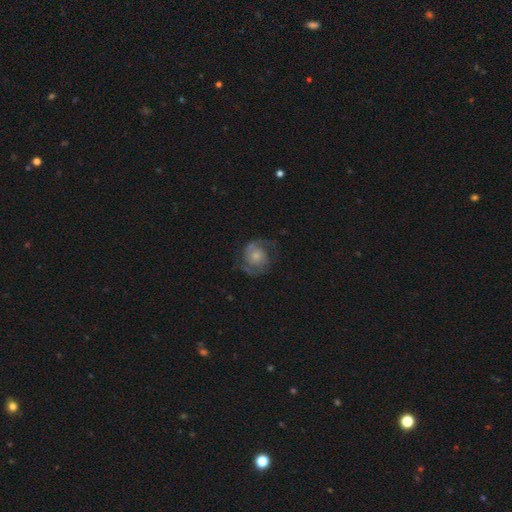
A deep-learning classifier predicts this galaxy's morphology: The model was most divided on "bulge size": small: 45%, moderate: 38%, large: 7%, none: 7%, dominant: 2%. Remaining: edge-on disk — no (98%); spiral arms — yes (93%); spiral arm count — 2 (85%); bar — no (74%); smooth or featured — featured or disk (74%); merging — none (67%); spiral winding — medium (47%).